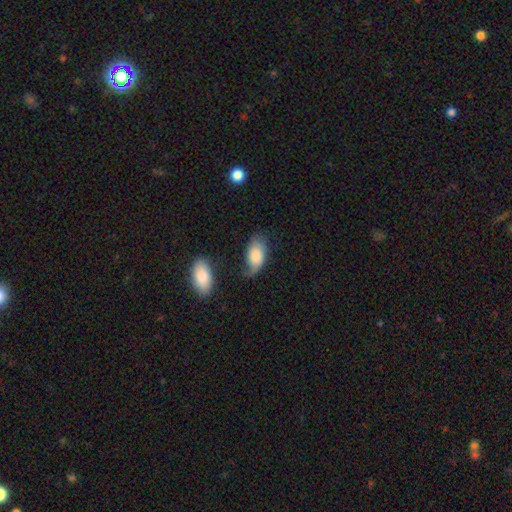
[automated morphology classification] Smooth or featured? smooth (70%)
How rounded? in between (93%)
Merging? none (42%)